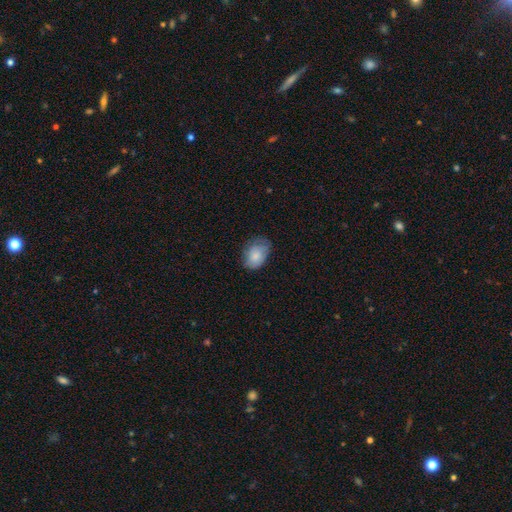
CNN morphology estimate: A smooth galaxy with no disk features (78%) that is in between round and cigar-shaped (82%).

Vote fractions:
- Smooth or featured? smooth: 78% / featured or disk: 15% / star or artifact: 7%
- How rounded? in between: 82% / round: 17% / cigar-shaped: 1%
- Merging? none: 59% / minor disturbance: 30% / major disturbance: 10% / merger: 1%